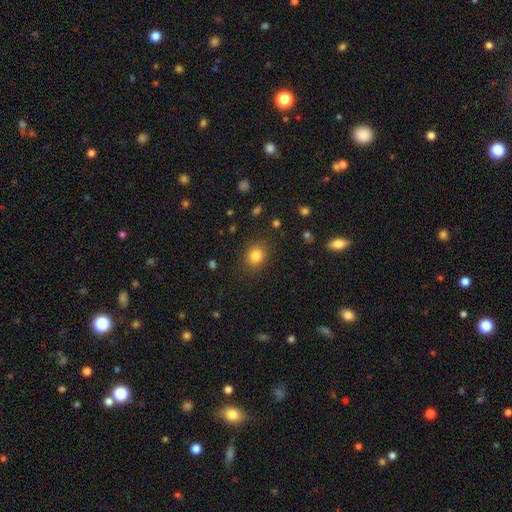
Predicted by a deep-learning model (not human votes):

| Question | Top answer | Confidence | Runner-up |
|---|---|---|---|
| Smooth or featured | smooth | 83% | star or artifact (12%) |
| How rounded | round | 72% | in between (28%) |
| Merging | none | 86% | minor disturbance (9%) |